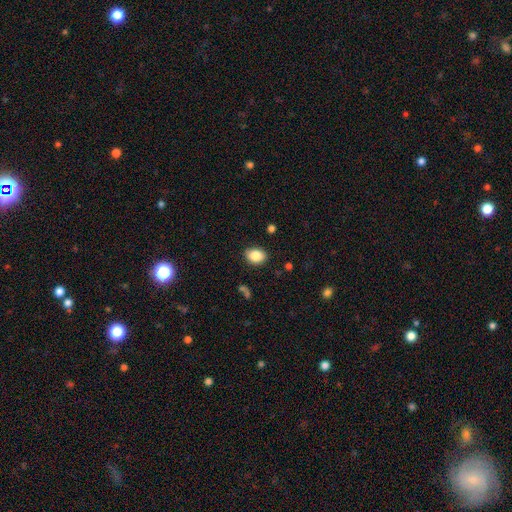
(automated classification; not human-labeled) Morphology: type=smooth (86%); roundness=in between (68%); merging=none (87%).